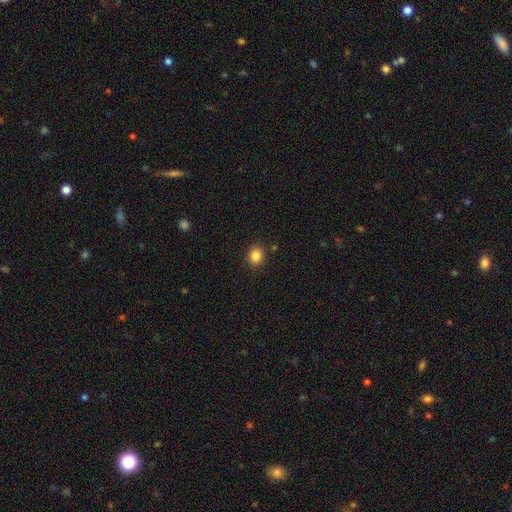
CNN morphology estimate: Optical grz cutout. It shows a smooth galaxy with no disk features (85%) that is round (73%). Merging: none (88%).